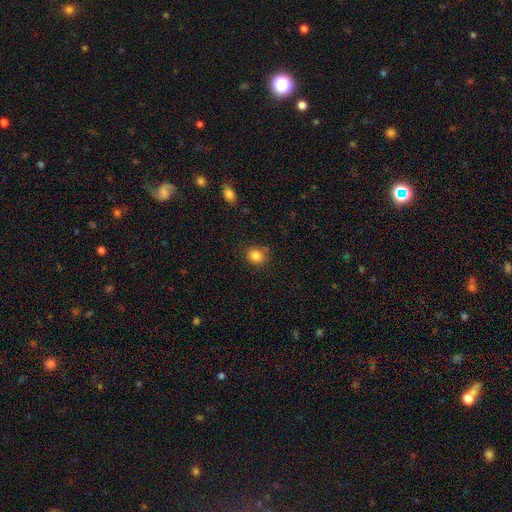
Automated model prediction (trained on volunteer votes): Smooth or featured: smooth — 84% (star or artifact — 11%)
How rounded: round — 67% (in between — 32%)
Merging: none — 77% (minor disturbance — 16%)